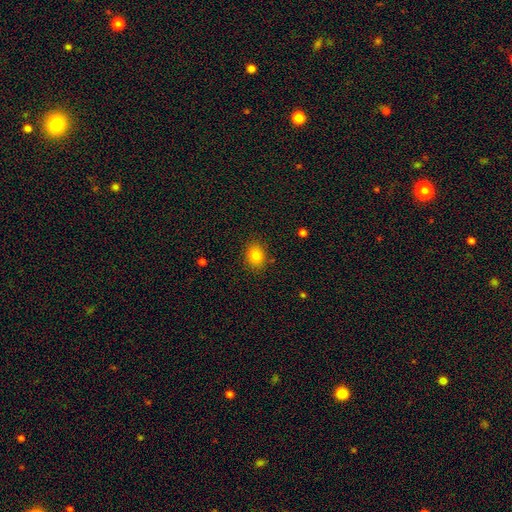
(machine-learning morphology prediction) smooth 82%, star or artifact 11%, featured or disk 6%. Down the decision tree: how rounded — round (55%); merging — none (87%).